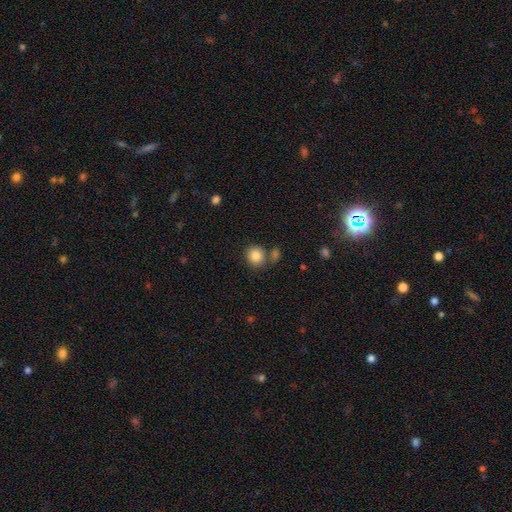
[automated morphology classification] Smooth or featured?
  - smooth: 84% *
  - star or artifact: 9%
  - featured or disk: 7%
How rounded?
  - round: 84% *
  - in between: 15%
  - cigar-shaped: 1%
Merging?
  - none: 69% *
  - merger: 17%
  - minor disturbance: 11%
  - major disturbance: 4%